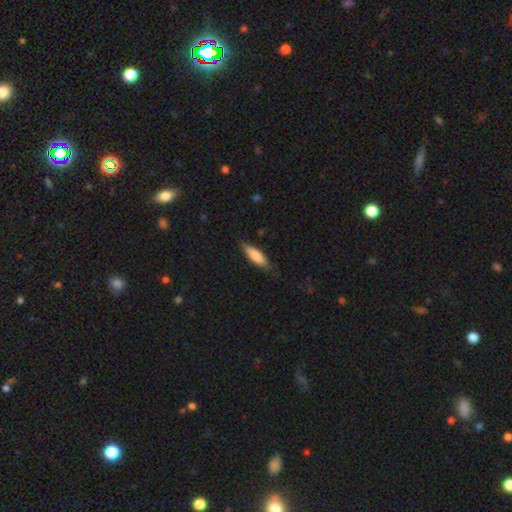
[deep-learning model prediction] Q: Smooth or featured?
A: smooth (77%); runner-up: featured or disk (17%)
Q: How rounded?
A: cigar-shaped (51%); runner-up: in between (48%)
Q: Merging?
A: none (77%); runner-up: minor disturbance (19%)